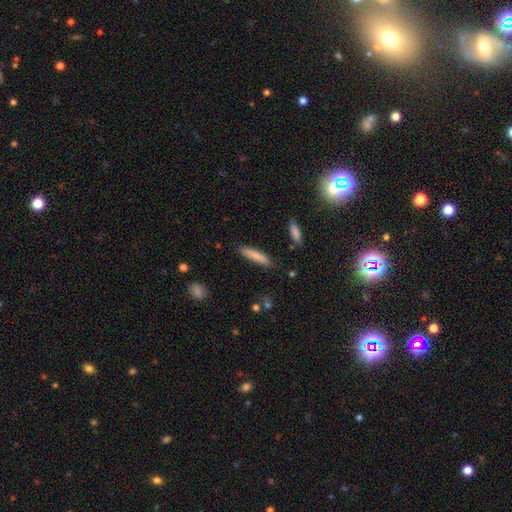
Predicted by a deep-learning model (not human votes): Morphology: type=smooth (82%); roundness=cigar-shaped (85%); merging=none (87%).